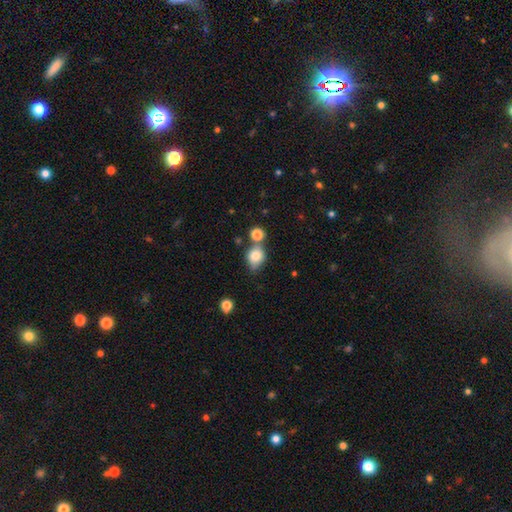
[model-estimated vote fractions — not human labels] smooth_or_featured: smooth (p=0.79) [alt: featured or disk p=0.11]
how_rounded: round (p=0.53) [alt: in between p=0.45]
merging: none (p=0.53) [alt: merger p=0.23]